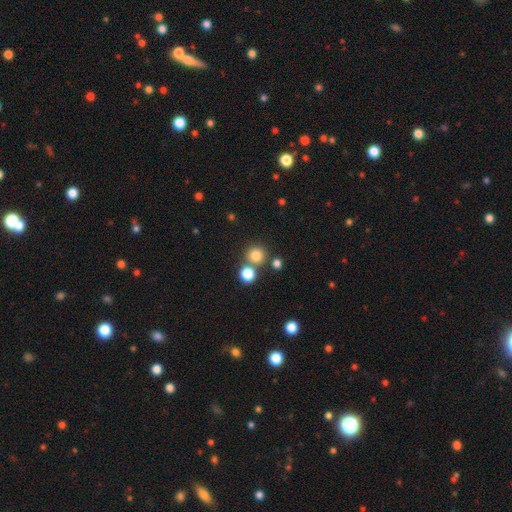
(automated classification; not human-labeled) Morphology: type=smooth (79%); roundness=round (92%); merging=none (72%).